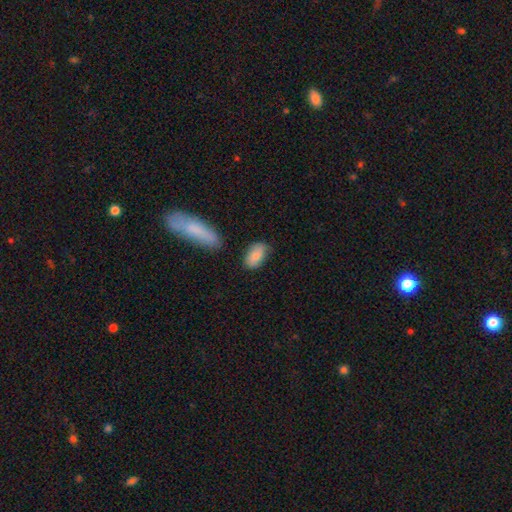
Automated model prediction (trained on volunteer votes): This appears to be a smooth galaxy with no disk features (83%) that is in between round and cigar-shaped (92%). Merging: none (75%).